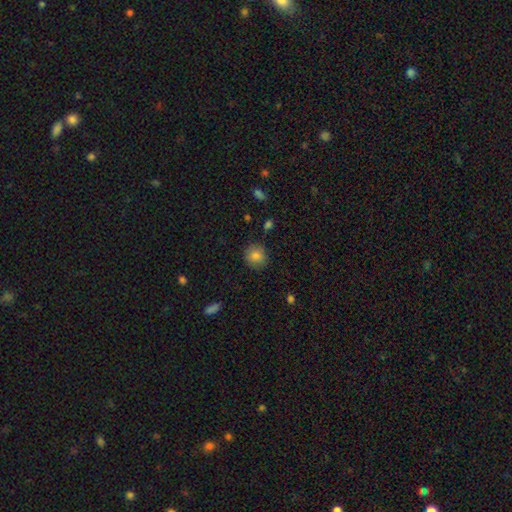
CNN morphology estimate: The model was most divided on "smooth or featured": smooth: 84%, star or artifact: 9%, featured or disk: 7%. More confident: how rounded — round (87%); merging — none (85%).